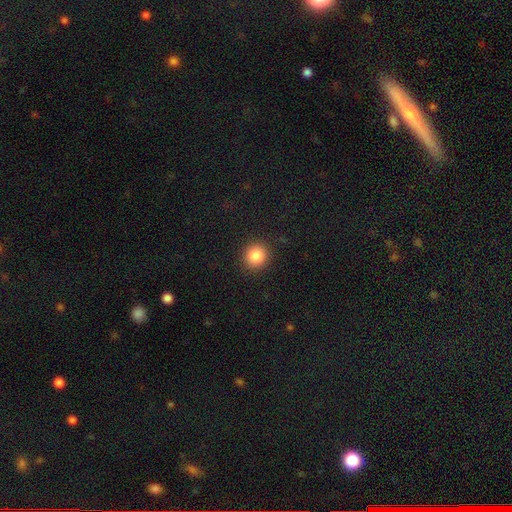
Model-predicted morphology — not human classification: type=smooth (86%); roundness=round (91%); merging=none (91%).